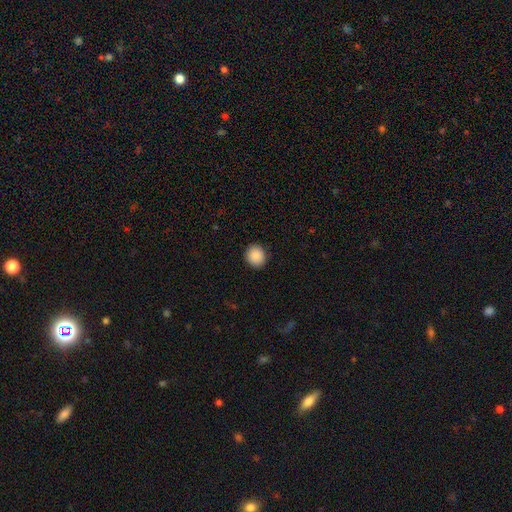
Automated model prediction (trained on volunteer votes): Smooth or featured? Predicted: smooth (p=0.89). How rounded? Predicted: round (p=0.79). Merging? Predicted: none (p=0.91).